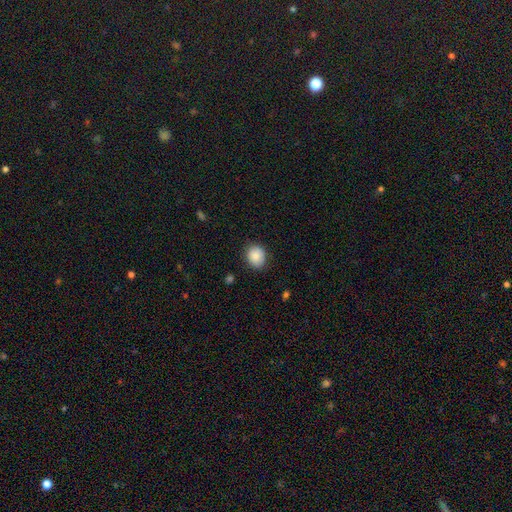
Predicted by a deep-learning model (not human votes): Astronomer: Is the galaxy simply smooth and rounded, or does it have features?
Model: smooth — 87%.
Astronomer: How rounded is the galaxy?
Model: round — 67%.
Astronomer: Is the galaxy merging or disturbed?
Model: none — 83%.